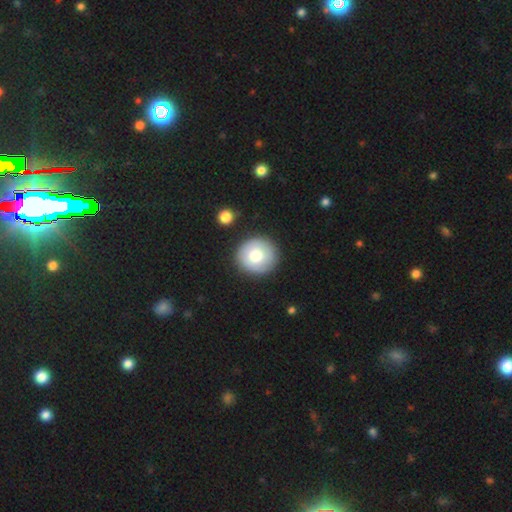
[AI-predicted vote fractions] The model was most divided on "smooth or featured": smooth: 74%, featured or disk: 19%, star or artifact: 8%. More confident: how rounded — round (92%); merging — none (87%).